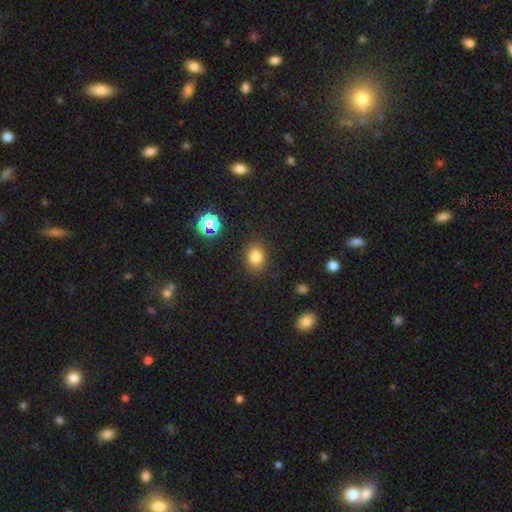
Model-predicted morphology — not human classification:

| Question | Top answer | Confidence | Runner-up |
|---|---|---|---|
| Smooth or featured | smooth | 79% | star or artifact (15%) |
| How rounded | round | 52% | in between (47%) |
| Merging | none | 86% | minor disturbance (10%) |